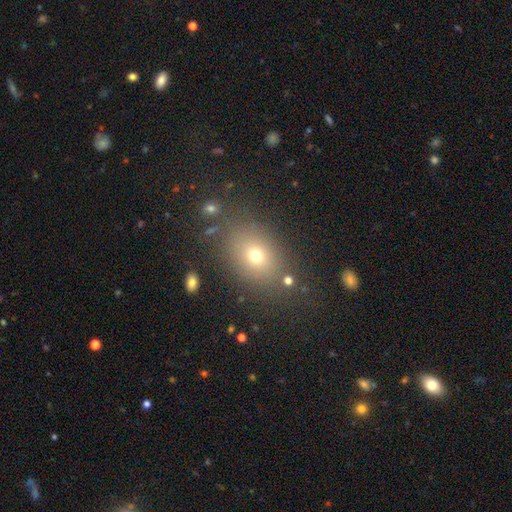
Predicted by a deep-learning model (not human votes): smooth_or_featured: smooth (p=0.68) [alt: star or artifact p=0.18]
how_rounded: in between (p=0.64) [alt: round p=0.35]
merging: none (p=0.80) [alt: minor disturbance p=0.11]